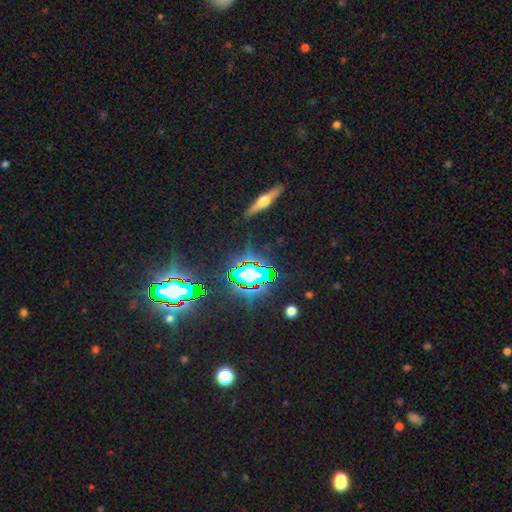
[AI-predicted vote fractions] smooth-or-featured: star or artifact: 62% | featured or disk: 23% | smooth: 15%